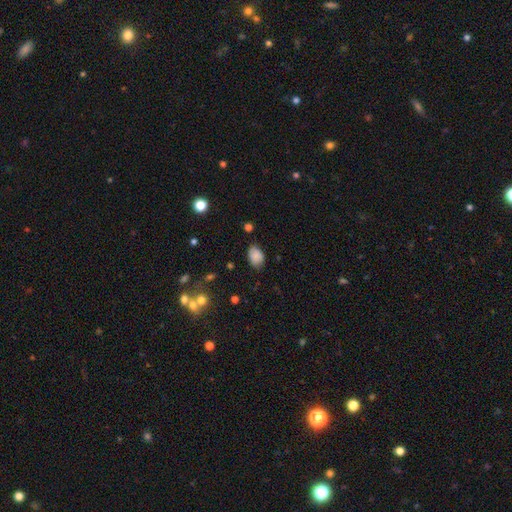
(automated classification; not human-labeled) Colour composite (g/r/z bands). It shows a smooth galaxy with no disk features (84%) that is in between round and cigar-shaped (85%). Merging: none (72%).